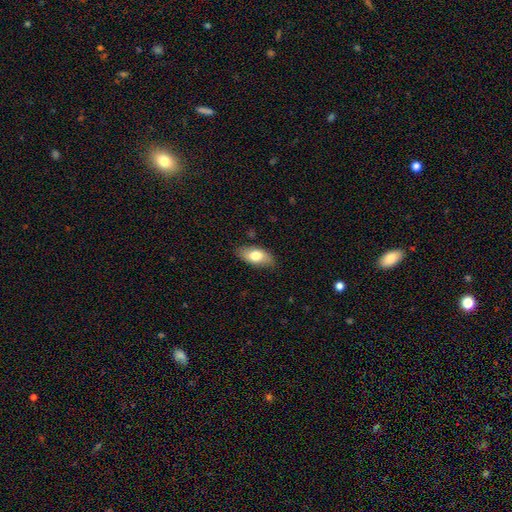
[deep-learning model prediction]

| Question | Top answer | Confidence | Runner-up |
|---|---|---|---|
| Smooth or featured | smooth | 75% | featured or disk (19%) |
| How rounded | in between | 90% | cigar-shaped (7%) |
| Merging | none | 82% | minor disturbance (14%) |